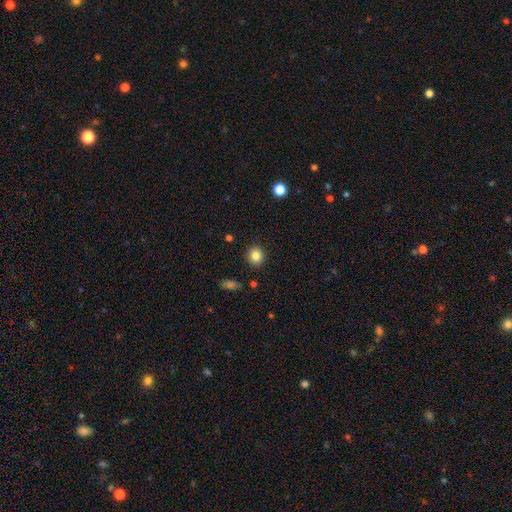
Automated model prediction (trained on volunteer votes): Smooth or featured? smooth (84%)
How rounded? round (82%)
Merging? none (89%)